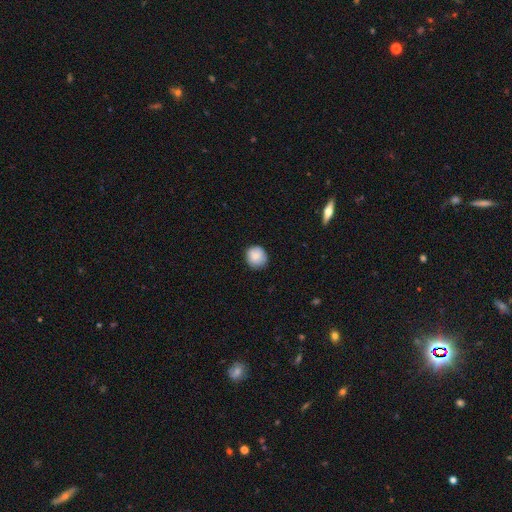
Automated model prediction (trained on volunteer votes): Q: Smooth or featured?
A: smooth (85%); runner-up: star or artifact (8%)
Q: How rounded?
A: round (87%); runner-up: in between (12%)
Q: Merging?
A: none (83%); runner-up: minor disturbance (14%)